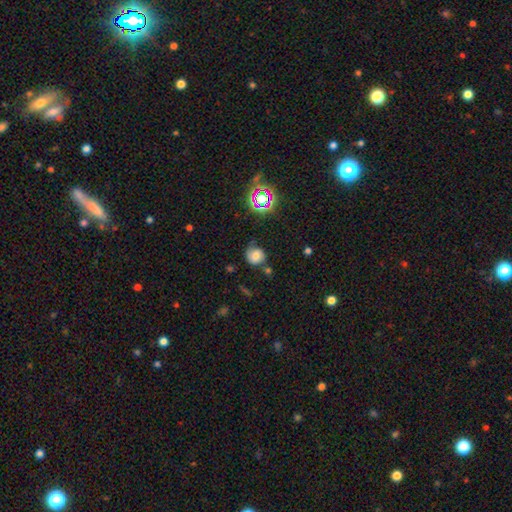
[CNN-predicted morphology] Smooth or featured?
  - smooth: 49% *
  - featured or disk: 34%
  - star or artifact: 17%
Merging?
  - none: 61% *
  - minor disturbance: 23%
  - major disturbance: 9%
  - merger: 7%